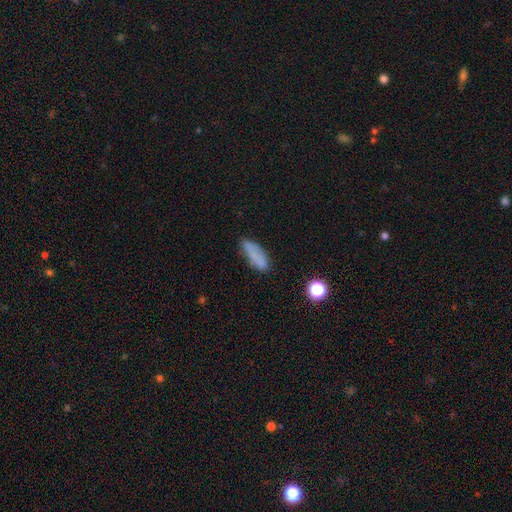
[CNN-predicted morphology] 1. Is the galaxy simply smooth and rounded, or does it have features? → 71% smooth, 17% featured or disk, 12% star or artifact.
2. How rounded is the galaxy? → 57% in between, 40% cigar-shaped, 3% round.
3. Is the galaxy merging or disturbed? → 65% none, 23% minor disturbance, 8% major disturbance, 4% merger.